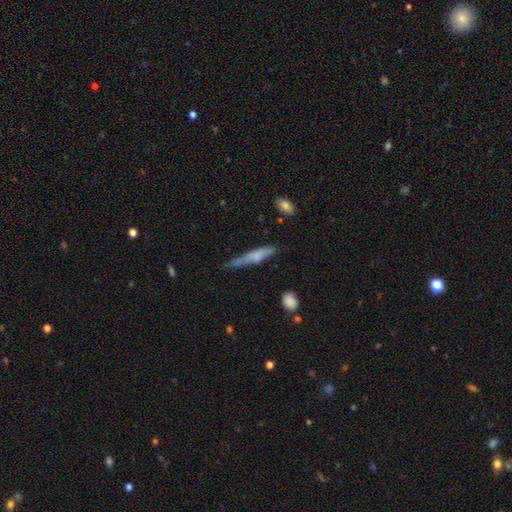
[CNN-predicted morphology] A smooth galaxy with no disk features (56%) that is cigar-shaped (90%).

Vote fractions:
- Smooth or featured? smooth: 56% / featured or disk: 37% / star or artifact: 7%
- How rounded? cigar-shaped: 90% / in between: 8% / round: 2%
- Merging? none: 62% / minor disturbance: 28% / major disturbance: 7% / merger: 4%